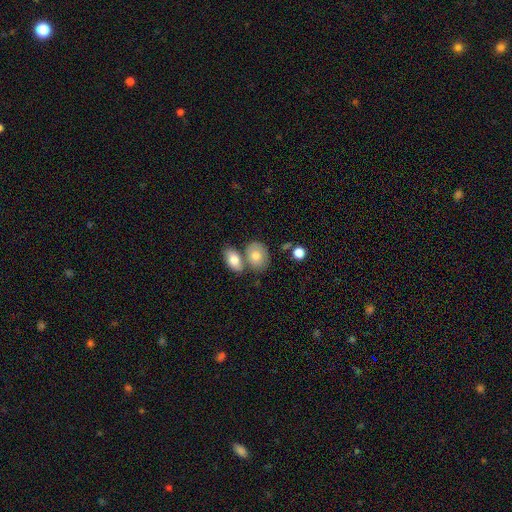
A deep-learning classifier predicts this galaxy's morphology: smooth-or-featured: smooth: 76% | featured or disk: 17% | star or artifact: 7%
  how-rounded: in between: 70% | round: 29% | cigar-shaped: 1%
  merging: none: 49% | merger: 36% | minor disturbance: 12% | major disturbance: 4%